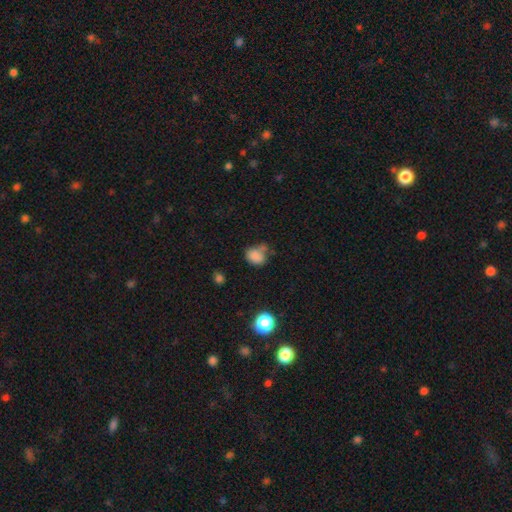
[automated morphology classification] smooth_or_featured: smooth (p=0.81) [alt: star or artifact p=0.13]
how_rounded: in between (p=0.54) [alt: round p=0.45]
merging: none (p=0.46) [alt: minor disturbance p=0.26]